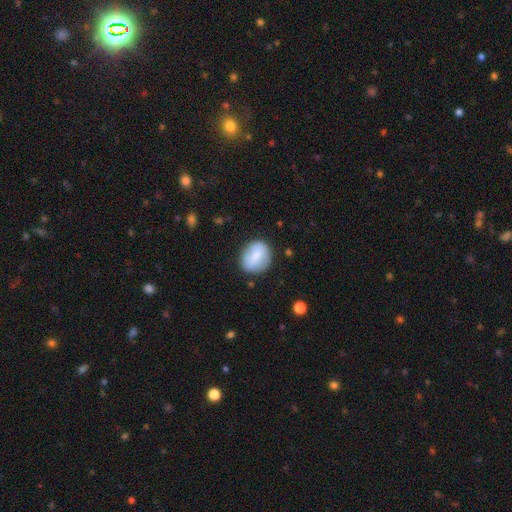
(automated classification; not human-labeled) Smooth or featured? Predicted: smooth (p=0.74). How rounded? Predicted: round (p=0.63). Merging? Predicted: none (p=0.76).